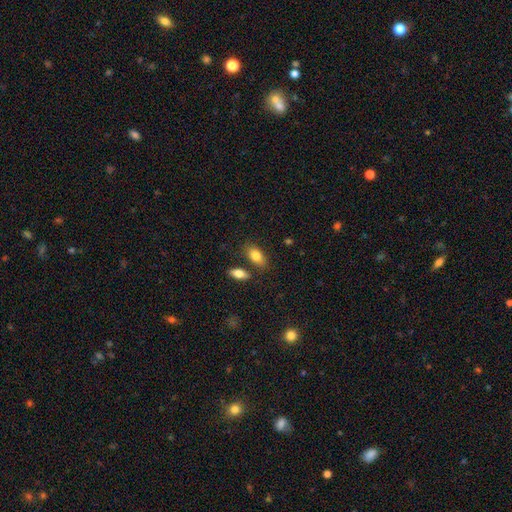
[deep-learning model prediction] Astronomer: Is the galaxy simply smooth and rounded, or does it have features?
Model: smooth — 83%.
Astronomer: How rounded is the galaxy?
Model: in between — 89%.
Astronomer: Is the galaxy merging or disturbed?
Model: none — 73%.